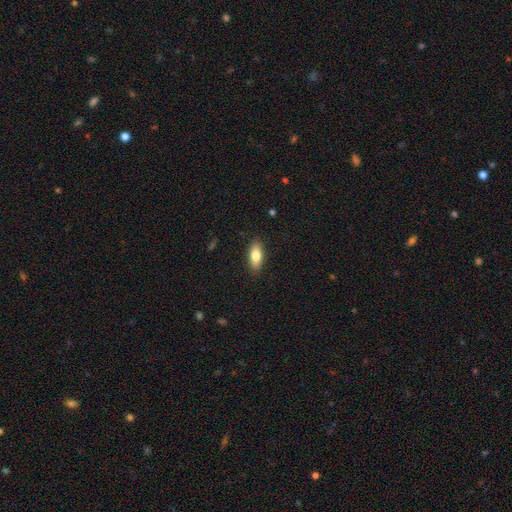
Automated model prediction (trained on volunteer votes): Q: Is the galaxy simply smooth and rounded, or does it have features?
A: smooth — 79%.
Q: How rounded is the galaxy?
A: in between — 79%.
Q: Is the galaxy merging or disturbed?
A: none — 88%.